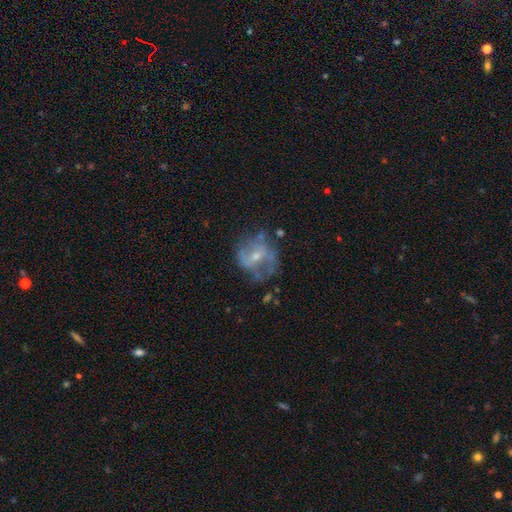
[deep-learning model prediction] Smooth or featured?
  - featured or disk: 69% *
  - smooth: 22%
  - star or artifact: 9%
Edge-on disk?
  - no: 96% *
  - yes: 4%
Bar?
  - weak: 41% *
  - no: 39%
  - strong: 20%
Spiral arms?
  - yes: 66% *
  - no: 34%
Bulge size?
  - small: 59% *
  - moderate: 35%
  - none: 3%
  - large: 2%
  - dominant: 1%
Merging?
  - none: 53% *
  - minor disturbance: 24%
  - major disturbance: 20%
  - merger: 4%